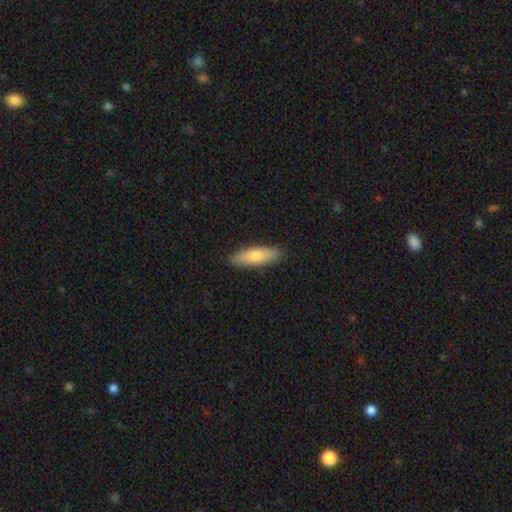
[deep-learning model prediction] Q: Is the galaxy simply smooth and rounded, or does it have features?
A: smooth — 74%.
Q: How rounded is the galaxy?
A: cigar-shaped — 60%.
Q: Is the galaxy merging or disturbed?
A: none — 90%.